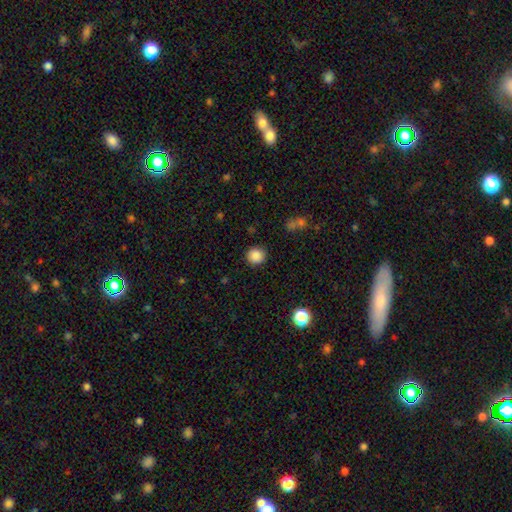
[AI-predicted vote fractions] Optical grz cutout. It shows a smooth galaxy with no disk features (86%) that is round (92%). Merging: none (89%).